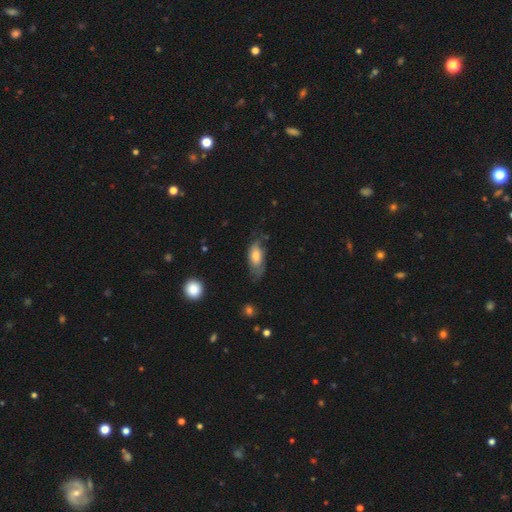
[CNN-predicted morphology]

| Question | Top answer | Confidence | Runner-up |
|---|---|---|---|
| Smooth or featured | smooth | 65% | featured or disk (28%) |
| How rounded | in between | 85% | cigar-shaped (12%) |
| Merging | none | 52% | minor disturbance (32%) |